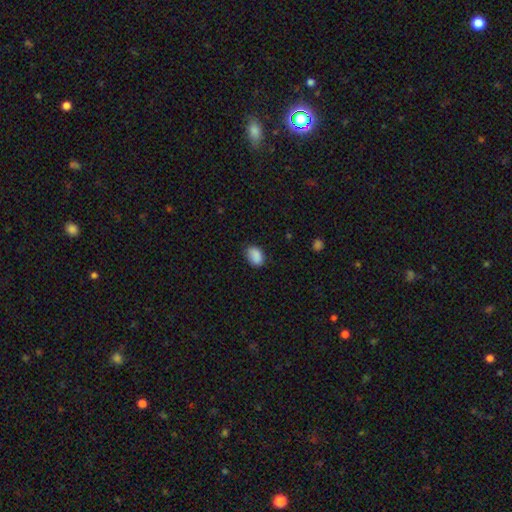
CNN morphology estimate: Q: Smooth or featured?
A: smooth (88%); runner-up: star or artifact (8%)
Q: How rounded?
A: in between (78%); runner-up: round (21%)
Q: Merging?
A: none (77%); runner-up: minor disturbance (19%)